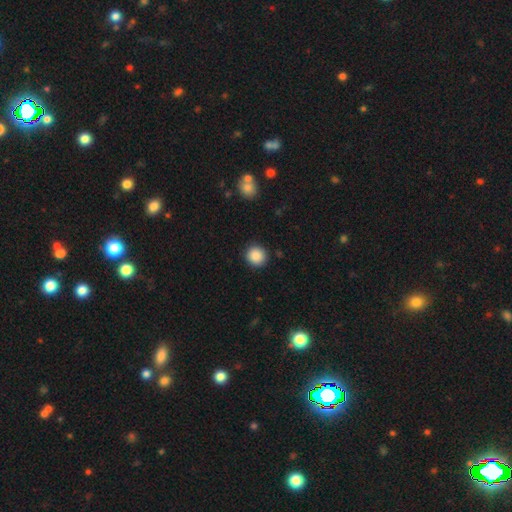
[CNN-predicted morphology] This is clearly a smooth galaxy (88%). How rounded: clearly round (92%). Merging: clearly none (90%).